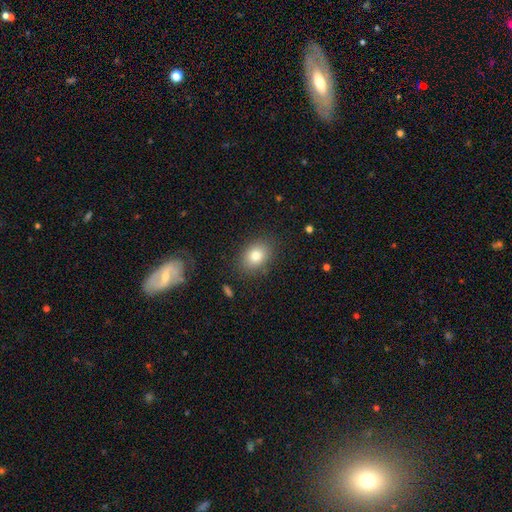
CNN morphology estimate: Smooth or featured?
  - smooth: 79% *
  - featured or disk: 11%
  - star or artifact: 10%
How rounded?
  - in between: 63% *
  - round: 36%
  - cigar-shaped: 1%
Merging?
  - none: 85% *
  - minor disturbance: 10%
  - major disturbance: 4%
  - merger: 1%